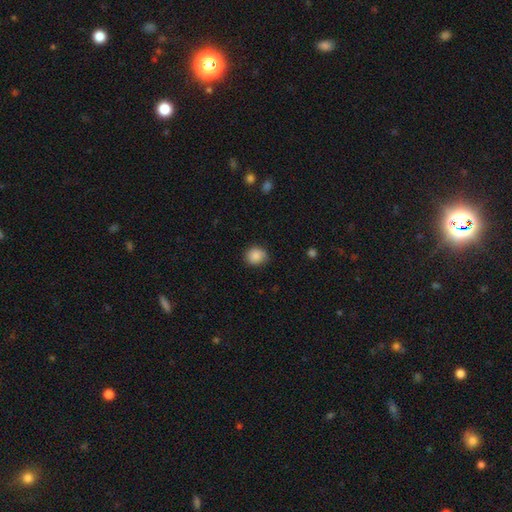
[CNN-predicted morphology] Q: Smooth or featured?
A: smooth (87%); runner-up: star or artifact (9%)
Q: How rounded?
A: round (74%); runner-up: in between (25%)
Q: Merging?
A: none (77%); runner-up: minor disturbance (18%)